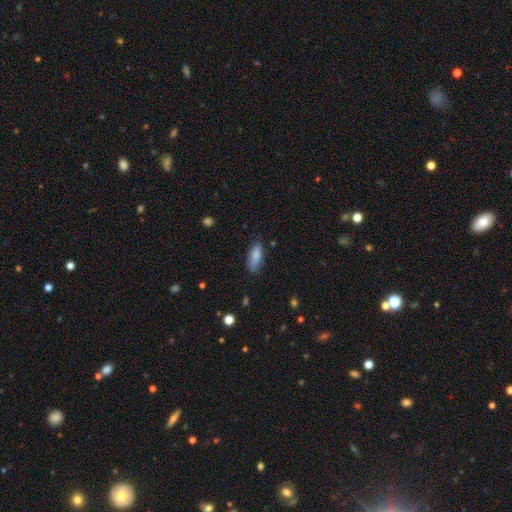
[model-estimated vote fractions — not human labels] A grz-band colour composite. It shows a smooth galaxy with no disk features (84%) that is in between round and cigar-shaped (71%). Merging: none (76%).